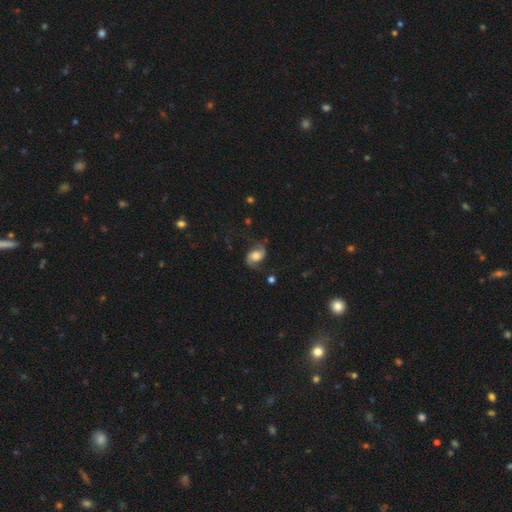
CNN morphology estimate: This appears to be a featured or disk galaxy (64%) with no bar (60%), 2 (90%) loose (51%) spiral arms (91%) and a moderate central bulge (45%). Merging: none (66%).